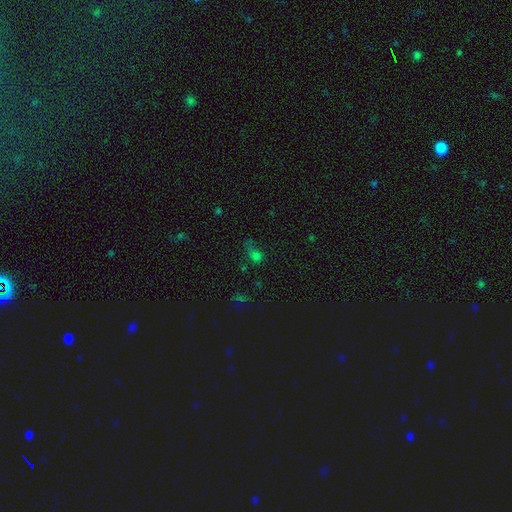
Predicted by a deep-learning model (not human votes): Q: Smooth or featured?
A: smooth (61%); runner-up: star or artifact (26%)
Q: How rounded?
A: in between (49%); runner-up: round (47%)
Q: Merging?
A: none (36%); runner-up: major disturbance (31%)